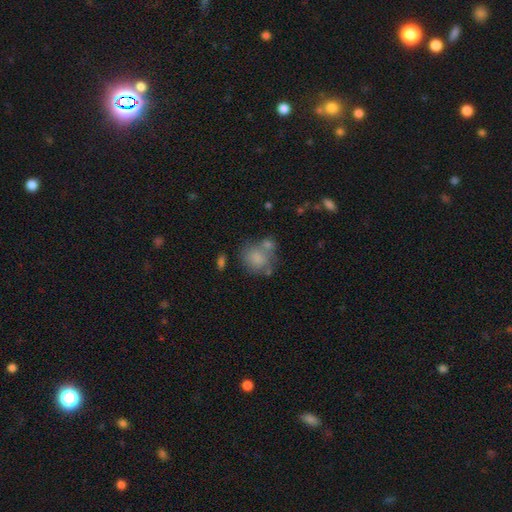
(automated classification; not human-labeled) Smooth or featured?
  - smooth: 77% *
  - featured or disk: 12%
  - star or artifact: 11%
How rounded?
  - round: 73% *
  - in between: 26%
  - cigar-shaped: 1%
Merging?
  - none: 49% *
  - merger: 25%
  - minor disturbance: 17%
  - major disturbance: 8%